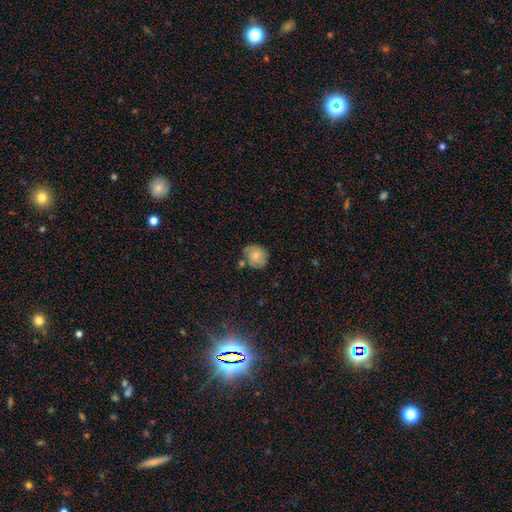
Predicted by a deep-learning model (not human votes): Smooth or featured?
  - smooth: 62% *
  - featured or disk: 29%
  - star or artifact: 8%
How rounded?
  - round: 72% *
  - in between: 27%
  - cigar-shaped: 1%
Merging?
  - none: 61% *
  - minor disturbance: 24%
  - merger: 9%
  - major disturbance: 6%